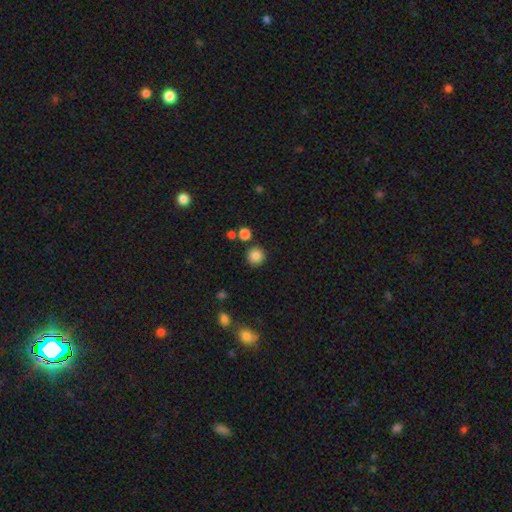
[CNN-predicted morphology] smooth_or_featured: smooth (p=0.85) [alt: star or artifact p=0.11]
how_rounded: round (p=0.94) [alt: in between p=0.05]
merging: none (p=0.87) [alt: minor disturbance p=0.06]